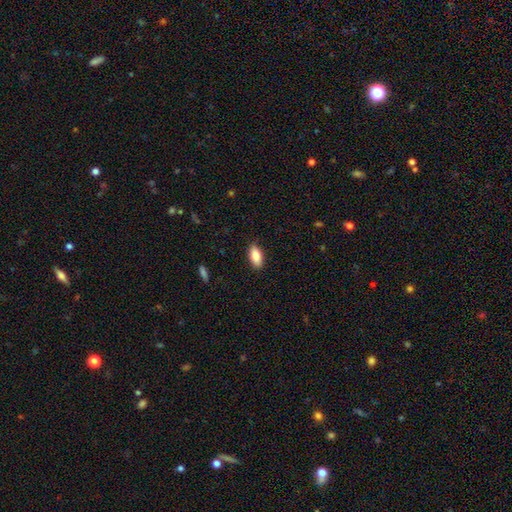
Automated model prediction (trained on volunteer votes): A smooth galaxy with no disk features (86%) that is in between round and cigar-shaped (89%). Merging: none (88%).